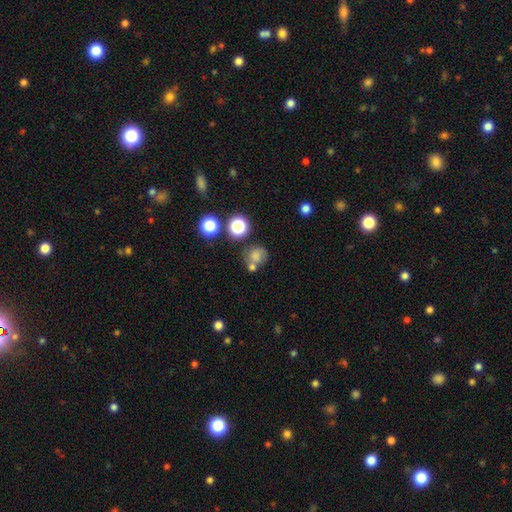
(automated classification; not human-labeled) Smooth or featured?
  - smooth: 65% *
  - featured or disk: 18%
  - star or artifact: 17%
How rounded?
  - round: 74% *
  - in between: 25%
  - cigar-shaped: 1%
Merging?
  - none: 51% *
  - merger: 22%
  - minor disturbance: 18%
  - major disturbance: 9%